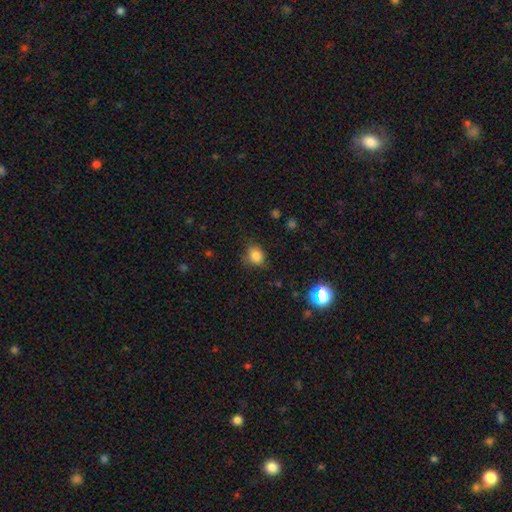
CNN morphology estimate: smooth_or_featured: smooth (p=0.82) [alt: star or artifact p=0.12]
how_rounded: round (p=0.61) [alt: in between p=0.38]
merging: none (p=0.68) [alt: minor disturbance p=0.24]